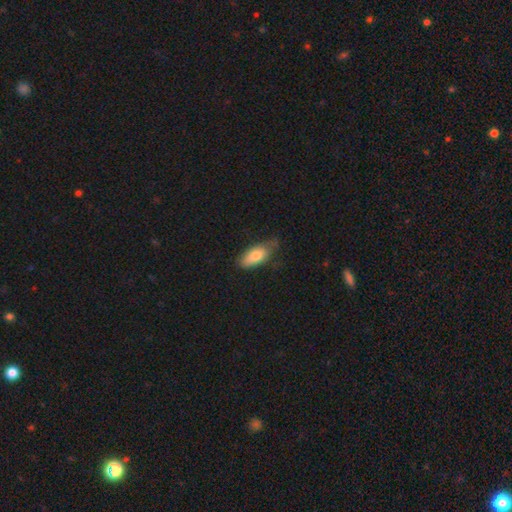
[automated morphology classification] Smooth or featured? Predicted: smooth (p=0.77). How rounded? Predicted: in between (p=0.83). Merging? Predicted: none (p=0.56).